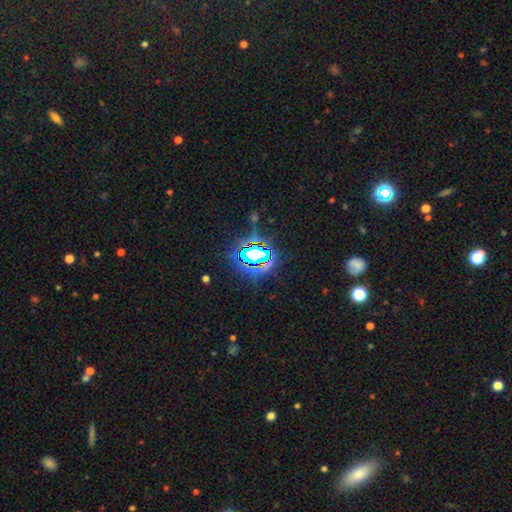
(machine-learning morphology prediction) smooth_or_featured: star or artifact (p=0.75) [alt: smooth p=0.14]